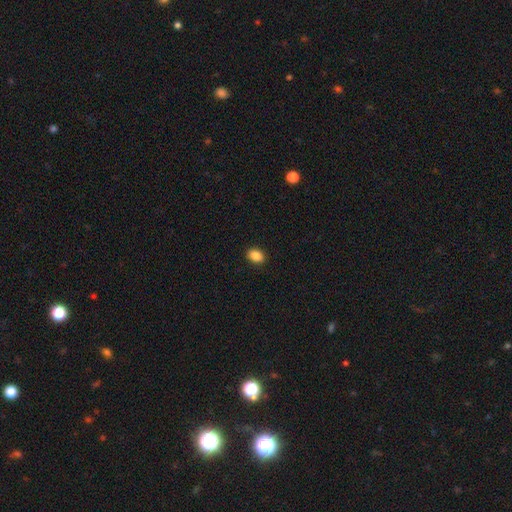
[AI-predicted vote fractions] Q: Smooth or featured?
A: smooth (89%); runner-up: star or artifact (8%)
Q: How rounded?
A: in between (79%); runner-up: round (19%)
Q: Merging?
A: none (91%); runner-up: minor disturbance (6%)